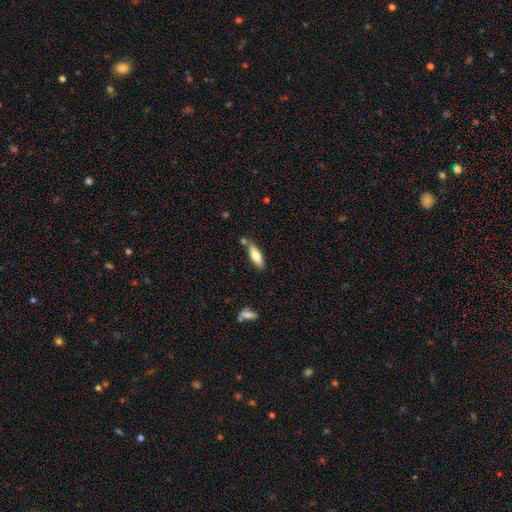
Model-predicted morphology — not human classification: type=smooth (62%); roundness=cigar-shaped (52%); merging=none (75%).